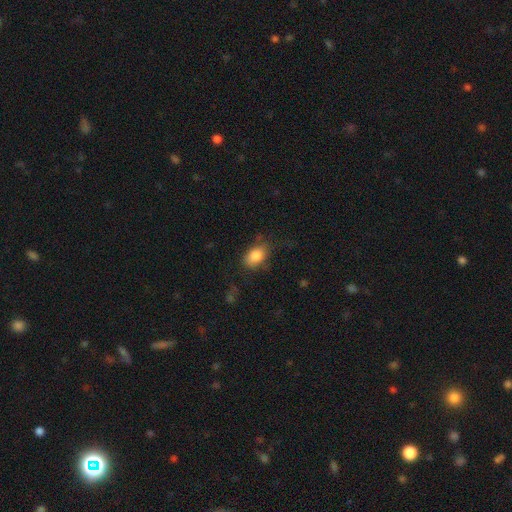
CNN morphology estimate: Smooth or featured: smooth — 84% (star or artifact — 8%)
How rounded: in between — 83% (round — 15%)
Merging: none — 66% (minor disturbance — 23%)